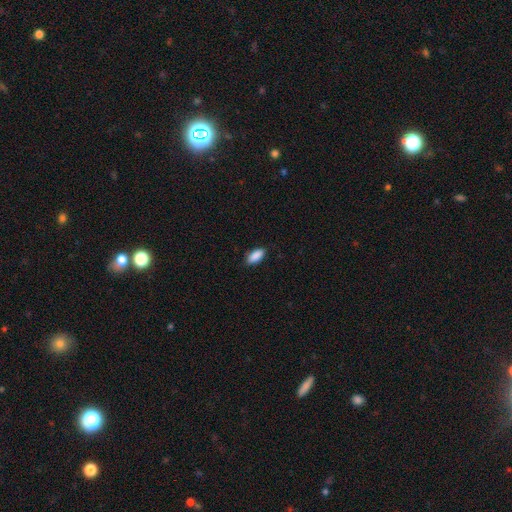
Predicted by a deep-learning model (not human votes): smooth 90%, star or artifact 7%, featured or disk 3%. Down the decision tree: how rounded — in between (90%); merging — none (86%).